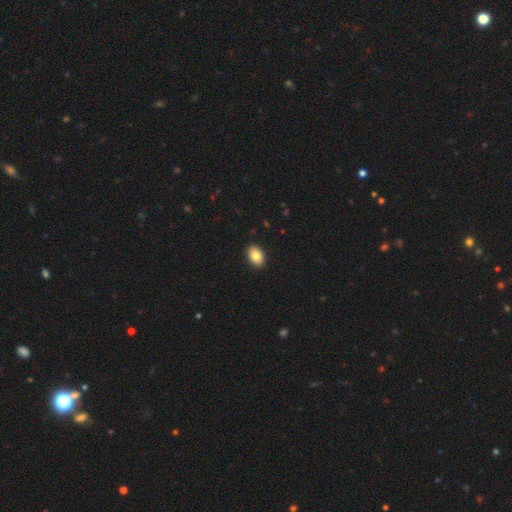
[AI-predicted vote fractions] The model was most divided on "how rounded": in between: 86%, round: 12%, cigar-shaped: 1%. More confident: merging — none (91%); smooth or featured — smooth (84%).